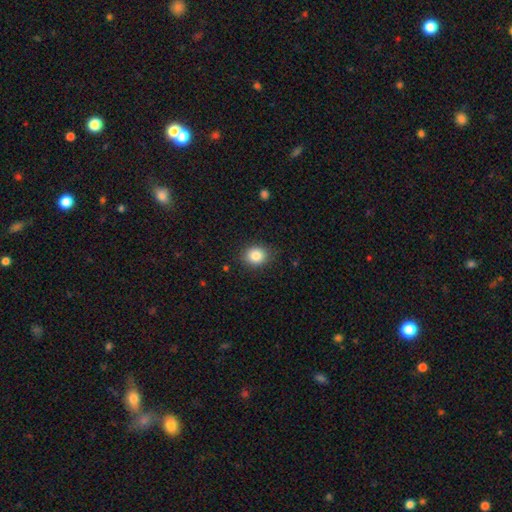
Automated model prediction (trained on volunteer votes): This is clearly a smooth galaxy (85%). How rounded: likely round (63%). Merging: clearly none (86%).